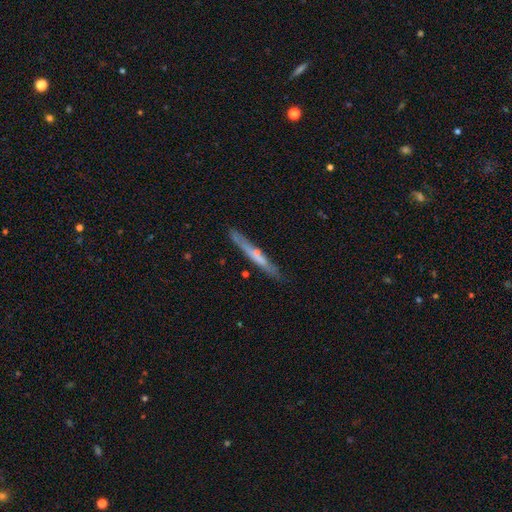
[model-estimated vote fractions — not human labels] smooth_or_featured: featured or disk (p=0.56) [alt: smooth p=0.38]
disk_edge_on: yes (p=0.93) [alt: no p=0.07]
edge_on_bulge: none (p=0.57) [alt: rounded p=0.37]
merging: none (p=0.83) [alt: minor disturbance p=0.12]